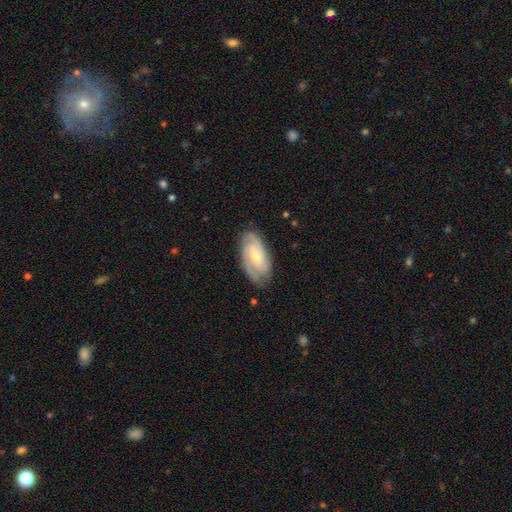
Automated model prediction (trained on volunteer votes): The model was most divided on "spiral arm count": 2: 36%, 3: 29%, can't tell: 20%, 4: 8%, 1: 4%, more than 4: 3%. More confident: edge-on disk — no (96%); spiral arms — yes (95%); merging — none (78%); smooth or featured — featured or disk (77%); spiral winding — tight (58%); bar — no (55%); bulge size — small (53%).